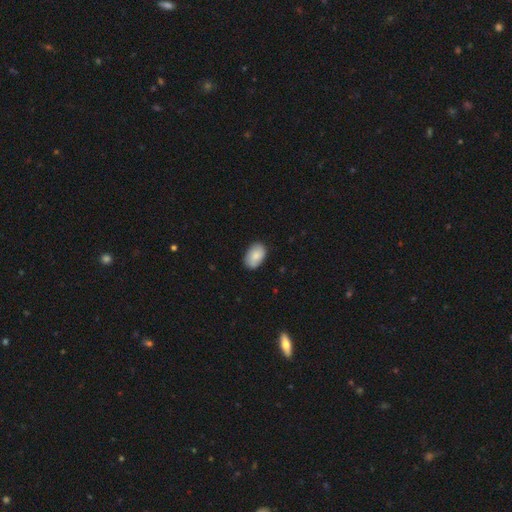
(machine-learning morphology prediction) Overall: smooth (83%). How rounded: in between (90%). Merging: none (83%).